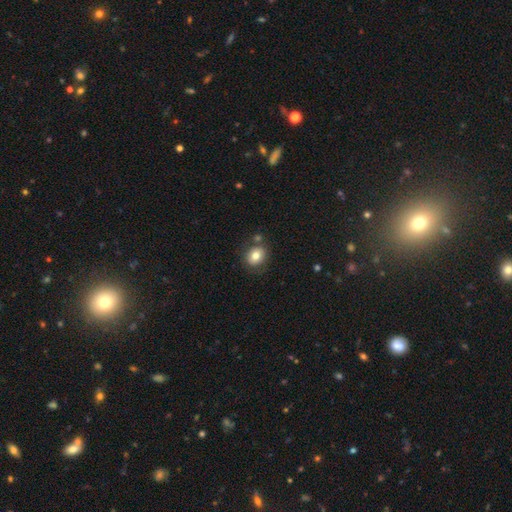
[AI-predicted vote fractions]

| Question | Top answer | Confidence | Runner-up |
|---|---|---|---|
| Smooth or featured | smooth | 77% | featured or disk (14%) |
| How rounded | round | 56% | in between (43%) |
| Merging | none | 70% | minor disturbance (14%) |